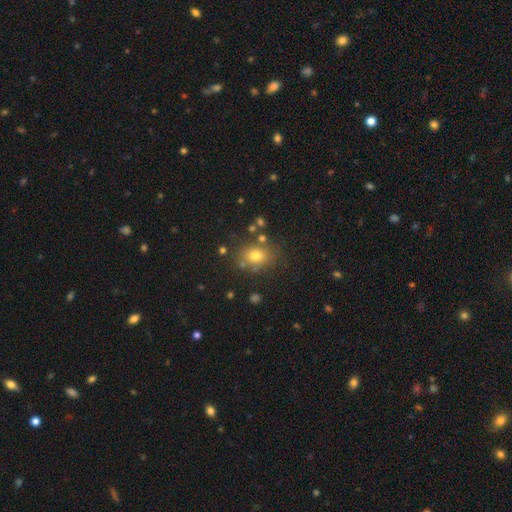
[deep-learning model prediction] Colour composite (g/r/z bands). It shows a smooth galaxy with no disk features (74%) that is round (56%). Merging: none (76%).